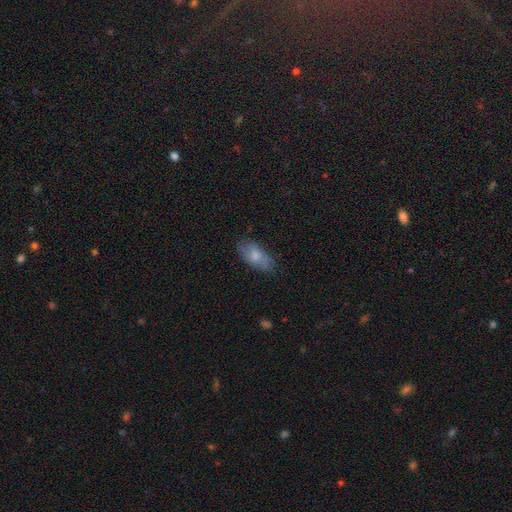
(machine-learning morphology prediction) Smooth or featured?
  - smooth: 71% *
  - featured or disk: 22%
  - star or artifact: 7%
How rounded?
  - in between: 90% *
  - cigar-shaped: 7%
  - round: 3%
Merging?
  - none: 74% *
  - minor disturbance: 20%
  - major disturbance: 5%
  - merger: 1%